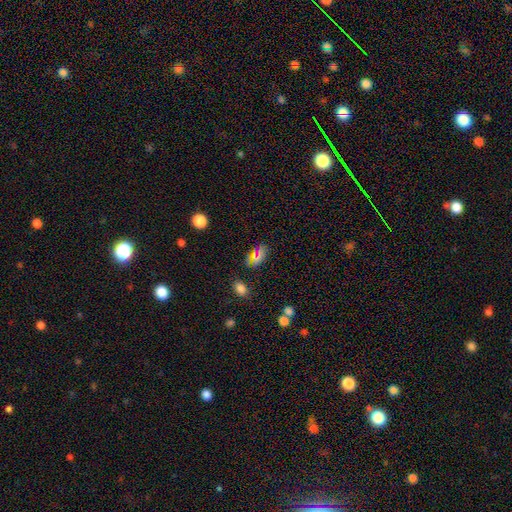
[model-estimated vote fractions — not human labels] Smooth or featured? smooth (67%)
How rounded? in between (86%)
Merging? none (80%)